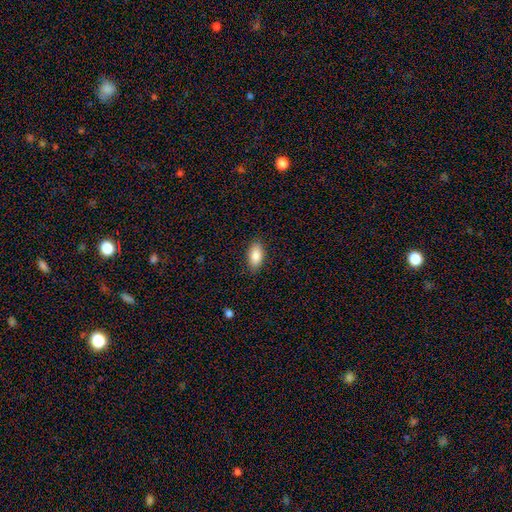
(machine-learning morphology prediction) Smooth or featured? Predicted: smooth (p=0.87). How rounded? Predicted: in between (p=0.92). Merging? Predicted: none (p=0.86).